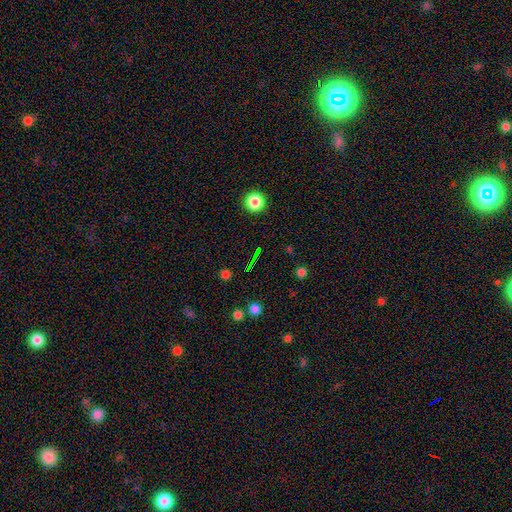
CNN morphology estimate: star or artifact 55%, smooth 32%, featured or disk 13%.